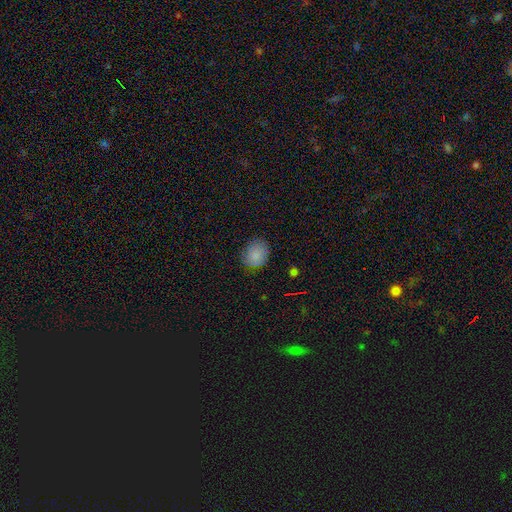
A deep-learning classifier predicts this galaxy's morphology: Smooth or featured? Predicted: smooth (p=0.87). How rounded? Predicted: round (p=0.58). Merging? Predicted: none (p=0.83).